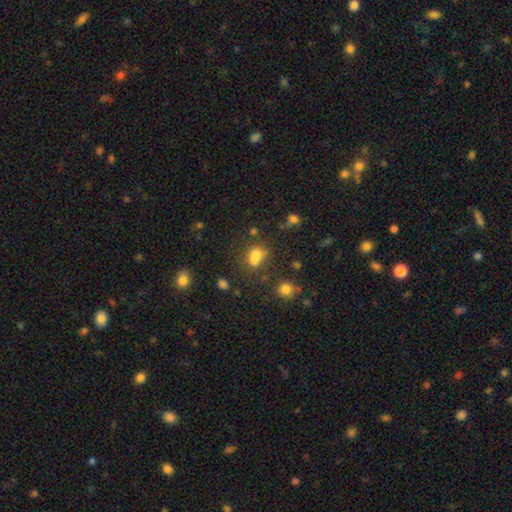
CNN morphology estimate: A smooth galaxy with no disk features (66%) that is round (60%). Merging: merger (51%).